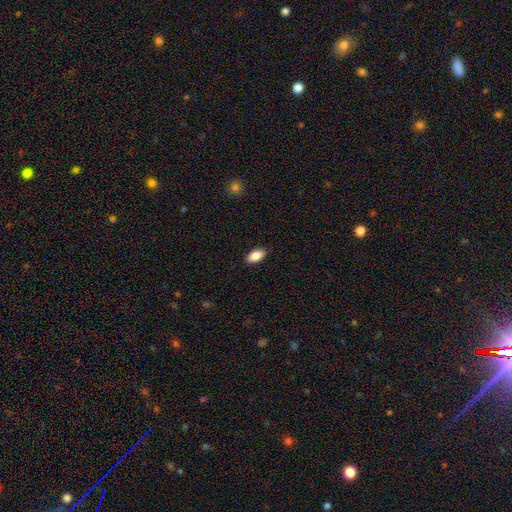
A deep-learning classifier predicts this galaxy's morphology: Overall: smooth (87%). How rounded: in between (93%). Merging: none (89%).